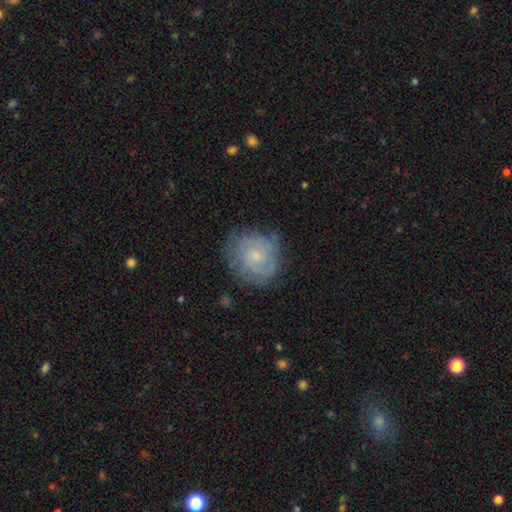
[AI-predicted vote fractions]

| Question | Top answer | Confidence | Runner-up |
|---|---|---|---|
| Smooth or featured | featured or disk | 59% | smooth (31%) |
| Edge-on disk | no | 98% | yes (2%) |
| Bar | no | 71% | weak (26%) |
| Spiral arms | yes | 84% | no (16%) |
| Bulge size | small | 65% | moderate (24%) |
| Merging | none | 73% | minor disturbance (19%) |